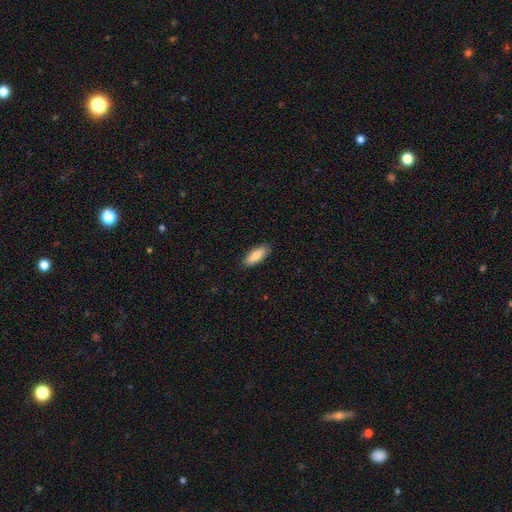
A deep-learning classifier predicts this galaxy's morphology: Smooth or featured? Predicted: smooth (p=0.85). How rounded? Predicted: in between (p=0.71). Merging? Predicted: none (p=0.87).